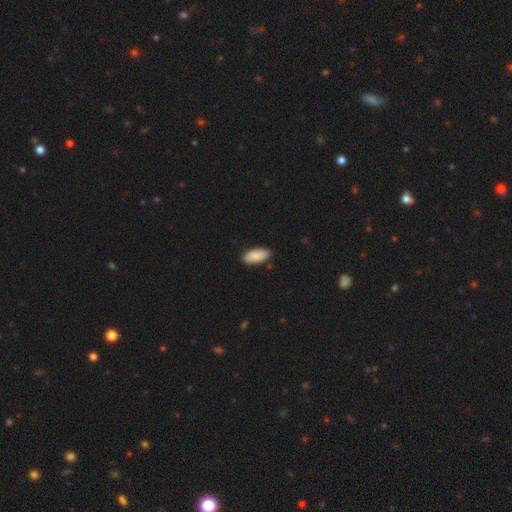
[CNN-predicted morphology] Overall: smooth (88%). How rounded: in between (87%). Merging: none (86%).